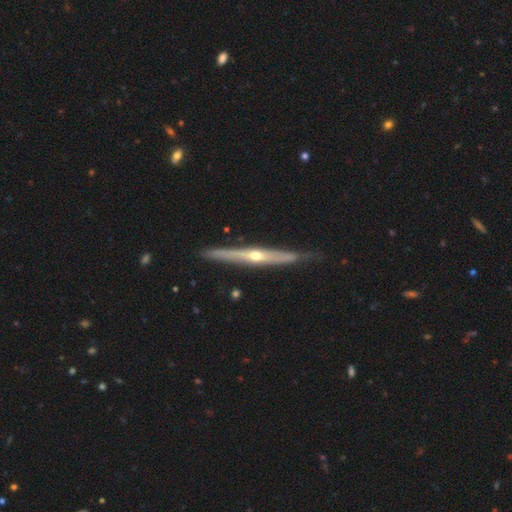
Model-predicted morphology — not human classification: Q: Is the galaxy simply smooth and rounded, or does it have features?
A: featured or disk — 73%.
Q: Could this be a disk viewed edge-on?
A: yes — 95%.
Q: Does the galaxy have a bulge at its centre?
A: rounded — 85%.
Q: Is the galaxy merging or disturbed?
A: none — 81%.